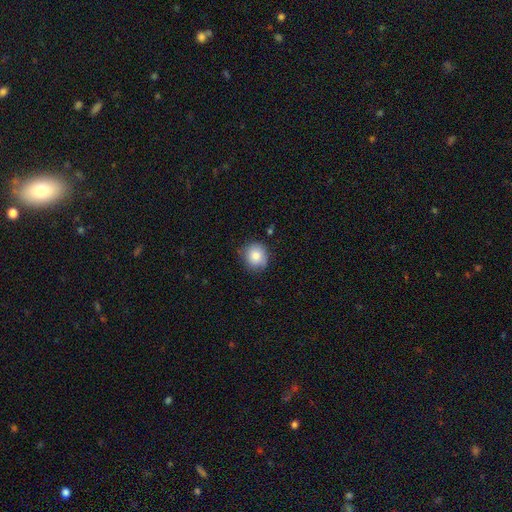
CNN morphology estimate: Smooth or featured: smooth — 82% (star or artifact — 9%)
How rounded: round — 87% (in between — 13%)
Merging: none — 79% (minor disturbance — 17%)